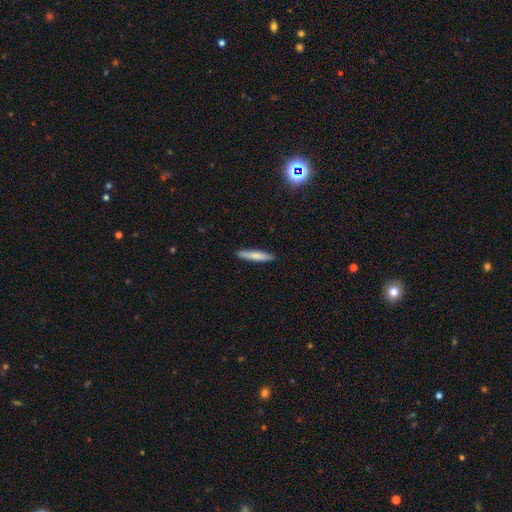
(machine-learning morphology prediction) The model was most divided on "smooth or featured": smooth: 78%, featured or disk: 17%, star or artifact: 5%. More confident: merging — none (90%); how rounded — cigar-shaped (89%).